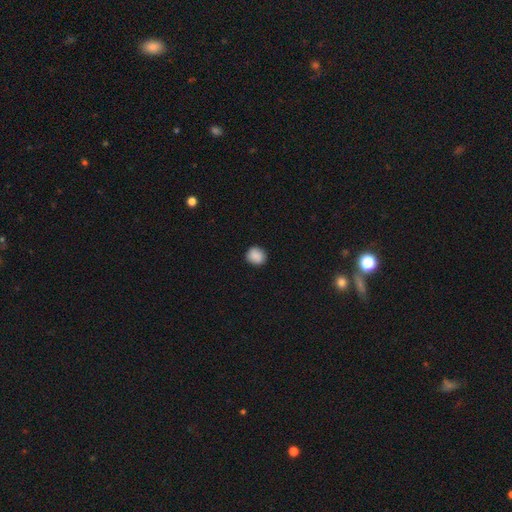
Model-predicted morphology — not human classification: Smooth or featured: smooth — 89% (star or artifact — 8%)
How rounded: round — 81% (in between — 19%)
Merging: none — 88% (minor disturbance — 9%)